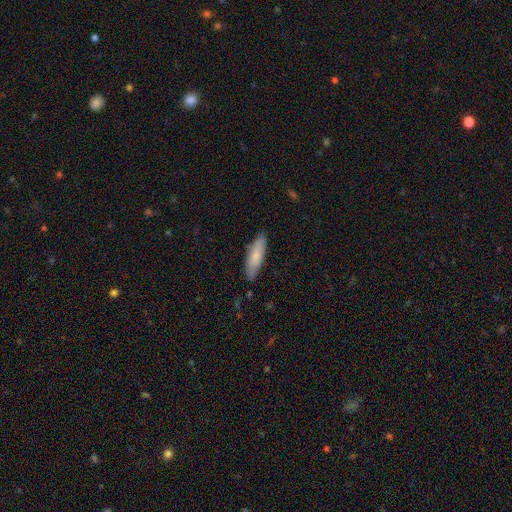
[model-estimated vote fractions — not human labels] A smooth galaxy with no disk features (78%) that is cigar-shaped (60%).

Vote fractions:
- Smooth or featured? smooth: 78% / featured or disk: 17% / star or artifact: 5%
- How rounded? cigar-shaped: 60% / in between: 38% / round: 2%
- Merging? none: 85% / minor disturbance: 12% / major disturbance: 2% / merger: 1%